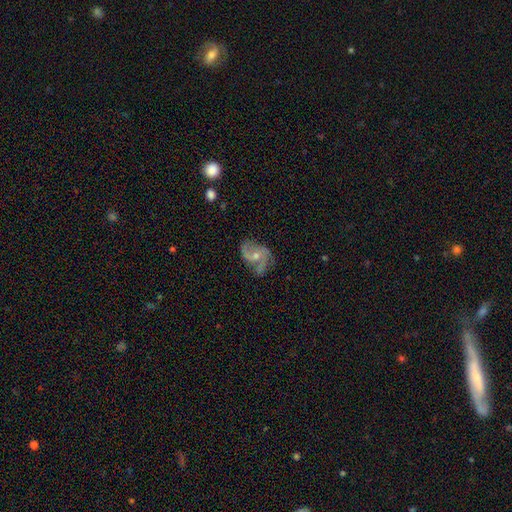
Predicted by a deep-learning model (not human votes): A featured or disk galaxy (82%) with no bar (63%), 2 (45%) medium (49%) spiral arms (95%) and a moderate central bulge (48%, tied with small).

Vote fractions:
- Smooth or featured? featured or disk: 82% / smooth: 11% / star or artifact: 7%
- Edge-on disk? no: 98% / yes: 2%
- Bar? no: 63% / weak: 31% / strong: 6%
- Spiral arms? yes: 95% / no: 5%
- Spiral winding? medium: 49% / loose: 34% / tight: 17%
- Spiral arm count? 2: 45% / 3: 34% / can't tell: 9% / 4: 5% / 1: 4% / more than 4: 3%
- Bulge size? moderate: 48% (tied) / small: 48% (tied) / none: 2% / large: 2% / dominant: 1%
- Merging? none: 60% / minor disturbance: 24% / major disturbance: 14% / merger: 2%